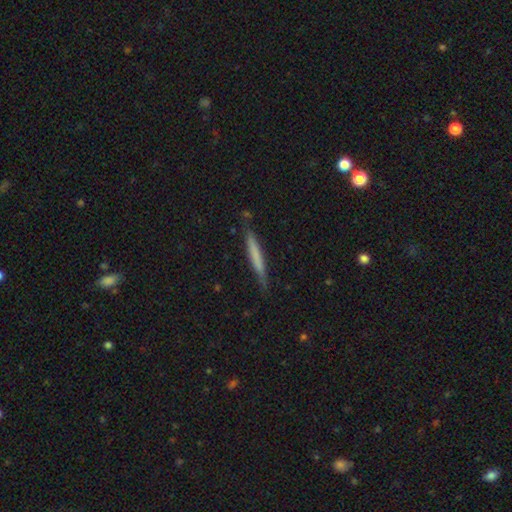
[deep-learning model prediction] Q: Smooth or featured?
A: smooth (62%); runner-up: featured or disk (32%)
Q: How rounded?
A: cigar-shaped (96%); runner-up: in between (3%)
Q: Merging?
A: none (83%); runner-up: minor disturbance (13%)